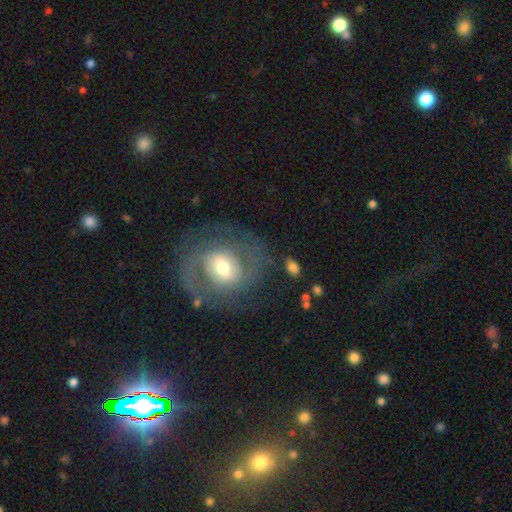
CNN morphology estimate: smooth-or-featured: featured or disk: 77% | smooth: 13% | star or artifact: 10%
  disk-edge-on: no: 97% | yes: 3%
    bar: weak: 45% | no: 33% | strong: 22%
    has-spiral-arms: yes: 89% | no: 11%
      spiral-winding: medium: 48% | tight: 39% | loose: 14%
      spiral-arm-count: 2: 83% | can't tell: 9% | 3: 3% | 1: 2% | 4: 2% | more than 4: 1%
    bulge-size: moderate: 61% | small: 24% | large: 12% | dominant: 2% | none: 2%
  merging: none: 76% | minor disturbance: 12% | major disturbance: 10% | merger: 2%